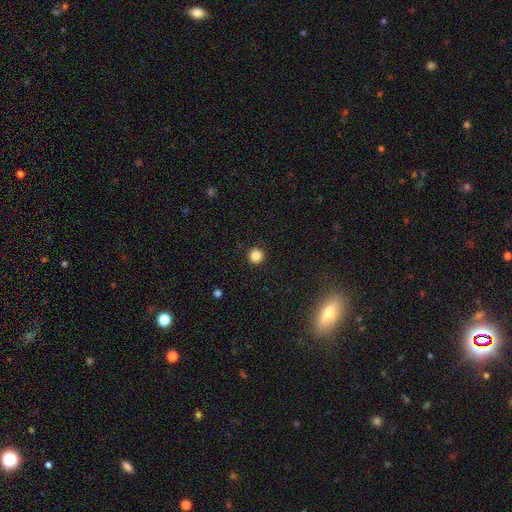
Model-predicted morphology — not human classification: This is clearly a smooth galaxy (85%). How rounded: clearly round (95%). Merging: clearly none (92%).